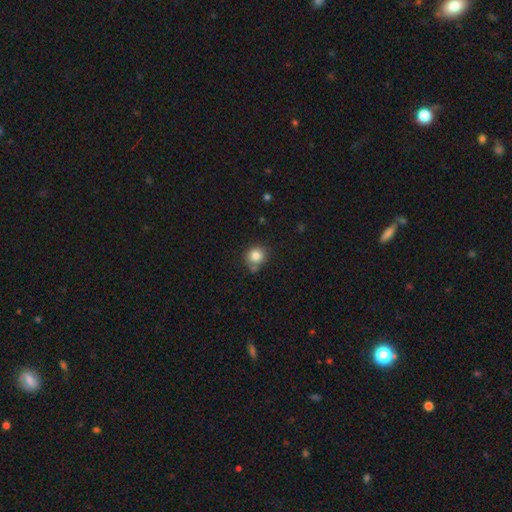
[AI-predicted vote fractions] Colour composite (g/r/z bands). It shows a smooth galaxy with no disk features (83%) that is round (87%). Merging: none (68%).